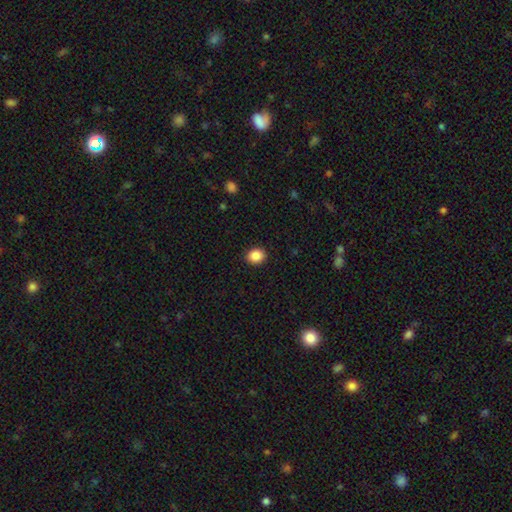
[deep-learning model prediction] smooth_or_featured: smooth (p=0.88) [alt: star or artifact p=0.09]
how_rounded: round (p=0.67) [alt: in between p=0.32]
merging: none (p=0.91) [alt: minor disturbance p=0.06]